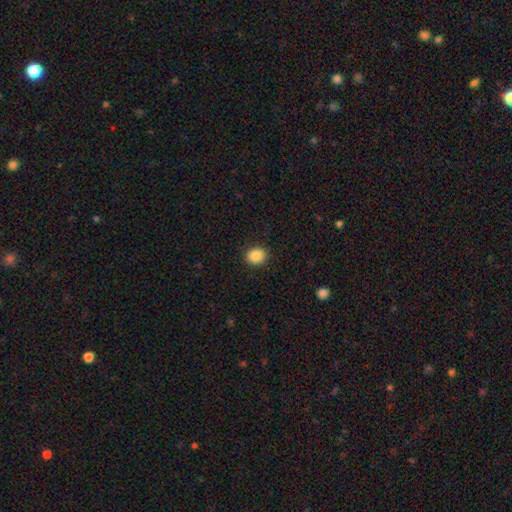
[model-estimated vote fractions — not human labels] This appears to be a smooth galaxy with no disk features (88%) that is round (71%). Merging: none (90%).